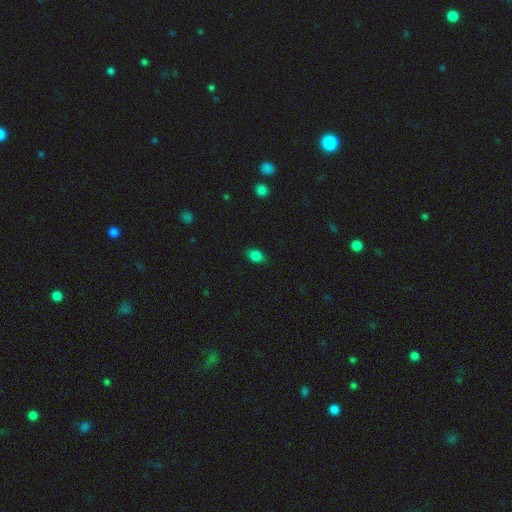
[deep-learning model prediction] smooth-or-featured: smooth: 83% | star or artifact: 12% | featured or disk: 5%
  how-rounded: in between: 77% | round: 22% | cigar-shaped: 2%
  merging: none: 84% | minor disturbance: 13% | major disturbance: 3% | merger: 1%